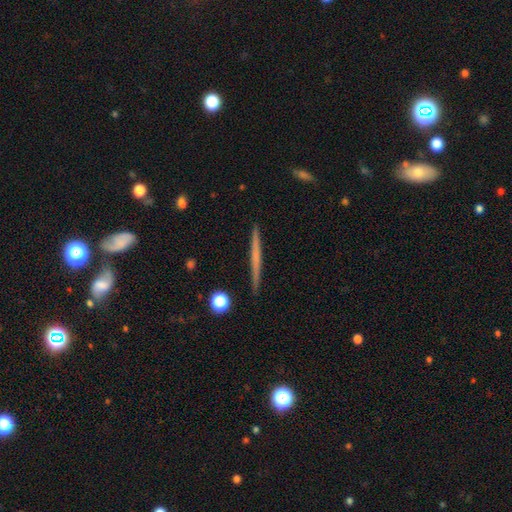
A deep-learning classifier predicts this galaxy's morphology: This is possibly a featured or disk galaxy (51%). It is clearly viewed edge-on (97%). Edge-on bulge: clearly none (87%). Merging: clearly none (92%).